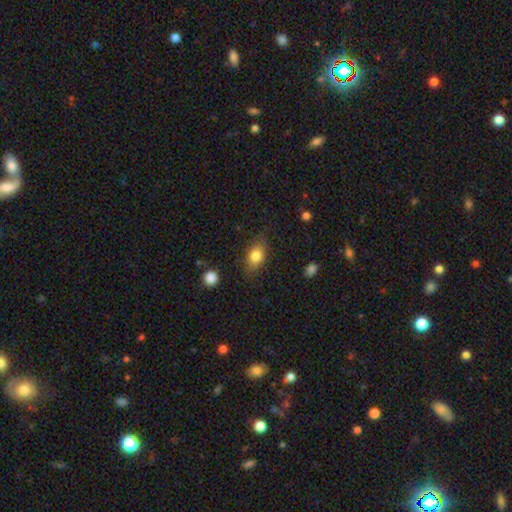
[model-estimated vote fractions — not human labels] Q: Smooth or featured?
A: smooth (79%); runner-up: featured or disk (13%)
Q: How rounded?
A: in between (80%); runner-up: round (16%)
Q: Merging?
A: none (76%); runner-up: minor disturbance (18%)